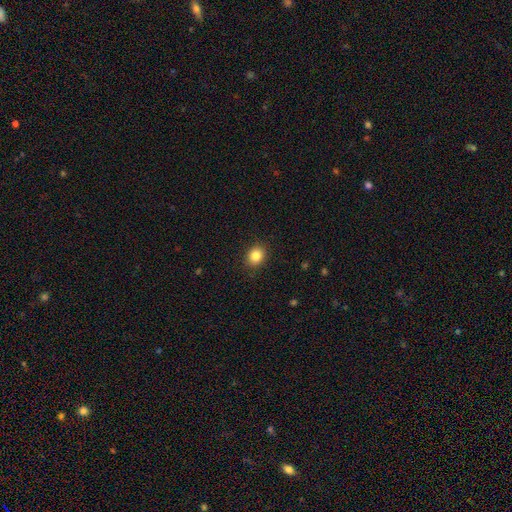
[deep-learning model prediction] This appears to be a smooth galaxy with no disk features (85%) that is round (68%). Merging: none (89%).